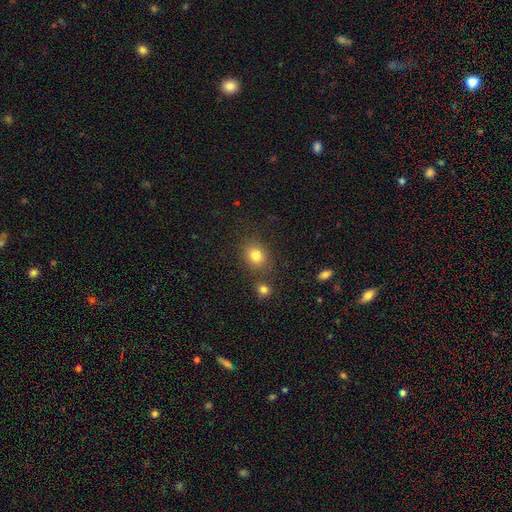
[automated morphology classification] Overall: smooth (80%). How rounded: round (54%; in between 45%). Merging: none (74%).